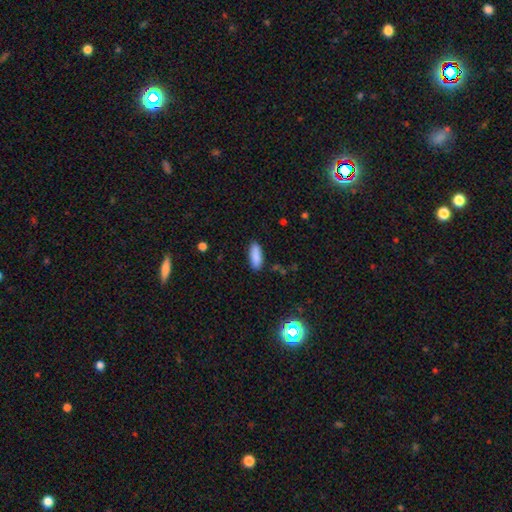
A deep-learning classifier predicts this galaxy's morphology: Smooth or featured? smooth (88%)
How rounded? in between (73%)
Merging? none (88%)